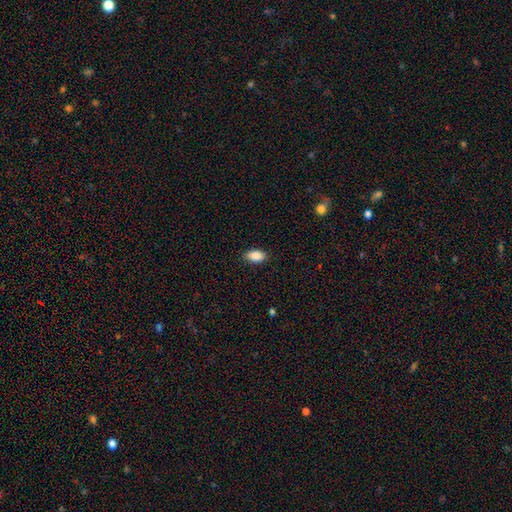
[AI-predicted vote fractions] Overall: smooth (88%). How rounded: in between (91%). Merging: none (86%).